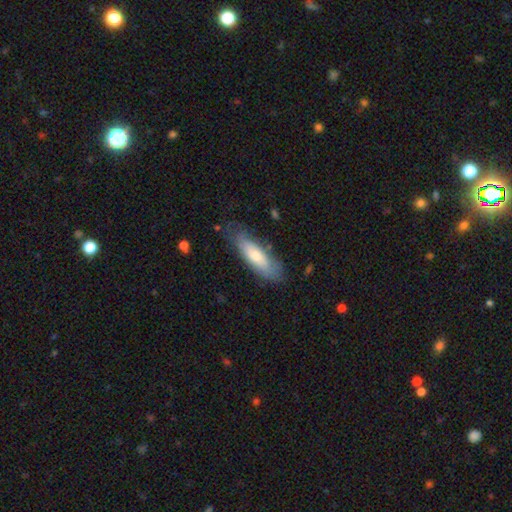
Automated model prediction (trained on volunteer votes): Smooth or featured? smooth (70%)
How rounded? in between (52%)
Merging? none (64%)